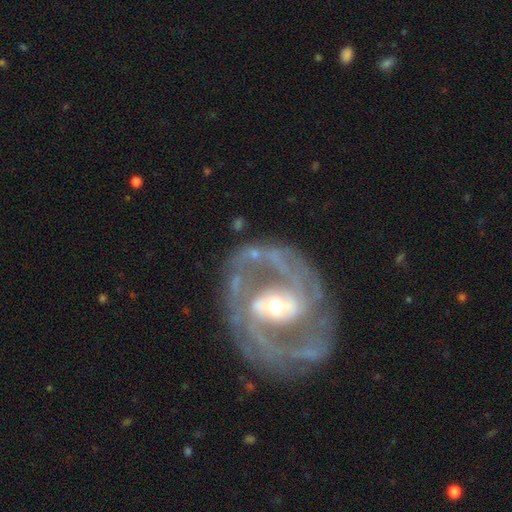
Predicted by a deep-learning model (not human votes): smooth-or-featured: featured or disk: 89% | smooth: 6% | star or artifact: 5%
  disk-edge-on: no: 97% | yes: 3%
    bar: strong: 39% | weak: 38% | no: 24%
    has-spiral-arms: yes: 94% | no: 6%
      spiral-winding: medium: 49% | tight: 35% | loose: 15%
      spiral-arm-count: 2: 78% | can't tell: 7% | 3: 7% | 1: 3% | 4: 3% | more than 4: 2%
    bulge-size: moderate: 57% | small: 35% | large: 6% | dominant: 1% | none: 1%
  merging: none: 72% | minor disturbance: 15% | major disturbance: 10% | merger: 3%